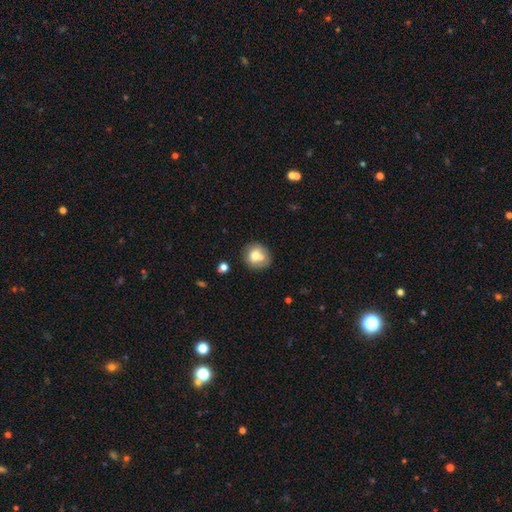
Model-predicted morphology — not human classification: This is likely a smooth galaxy (71%). How rounded: clearly round (81%). Merging: likely none (62%).